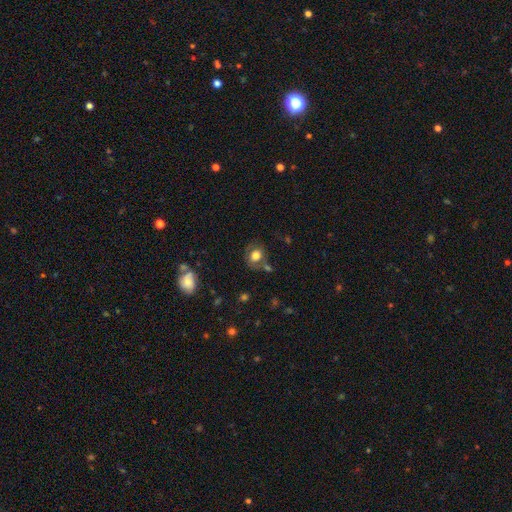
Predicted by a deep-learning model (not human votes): Smooth or featured?
  - smooth: 72% *
  - featured or disk: 18%
  - star or artifact: 10%
How rounded?
  - round: 67% *
  - in between: 32%
  - cigar-shaped: 1%
Merging?
  - none: 64% *
  - minor disturbance: 18%
  - merger: 10%
  - major disturbance: 8%